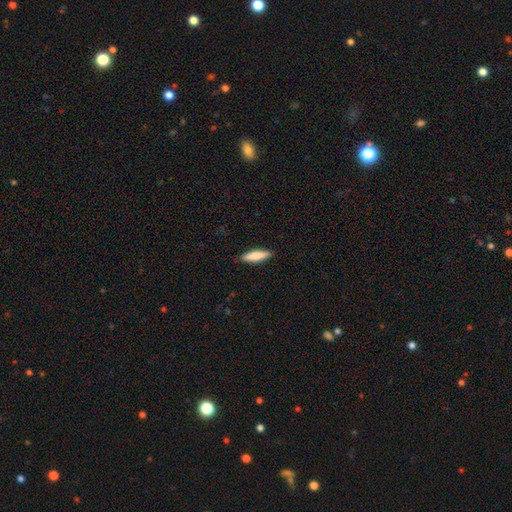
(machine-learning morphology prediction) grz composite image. It shows a smooth galaxy with no disk features (79%) that is cigar-shaped (67%). Merging: none (89%).